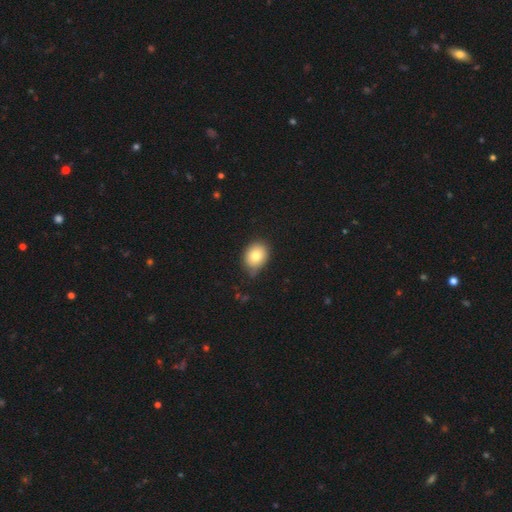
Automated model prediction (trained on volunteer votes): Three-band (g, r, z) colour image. It shows a smooth galaxy with no disk features (78%) that is round (52%). Merging: none (66%).